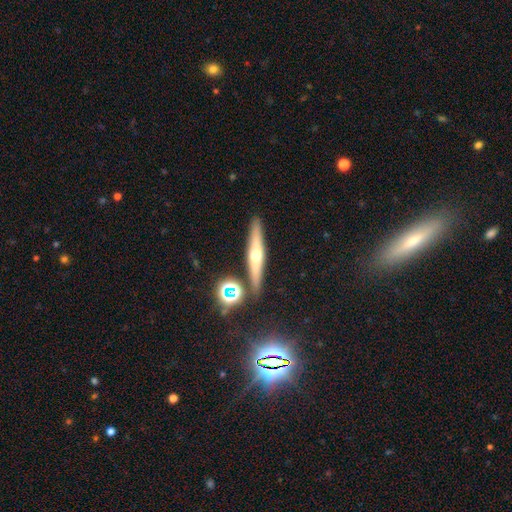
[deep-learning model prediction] Smooth or featured? featured or disk (56%)
Edge-on disk? yes (93%)
Edge-on bulge? rounded (90%)
Merging? none (87%)